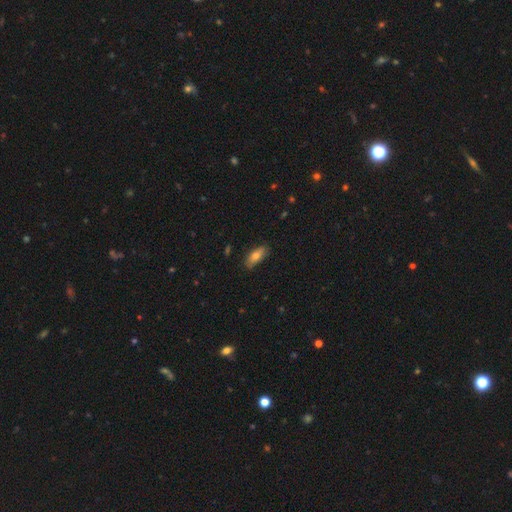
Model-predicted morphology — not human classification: A smooth galaxy with no disk features (72%) that is in between round and cigar-shaped (76%). Merging: none (77%).